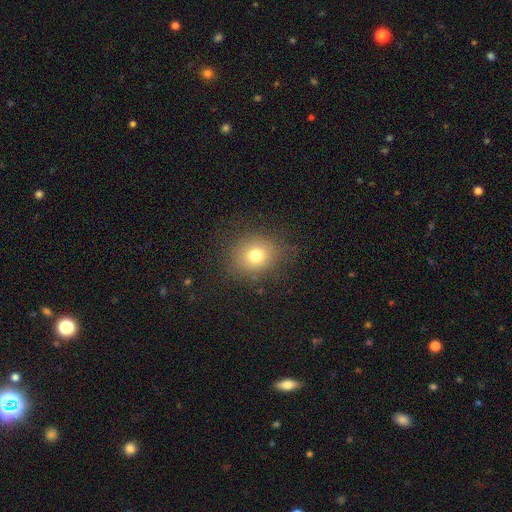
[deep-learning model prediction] smooth_or_featured: smooth (p=0.73) [alt: star or artifact p=0.16]
how_rounded: round (p=0.75) [alt: in between p=0.24]
merging: none (p=0.81) [alt: minor disturbance p=0.12]